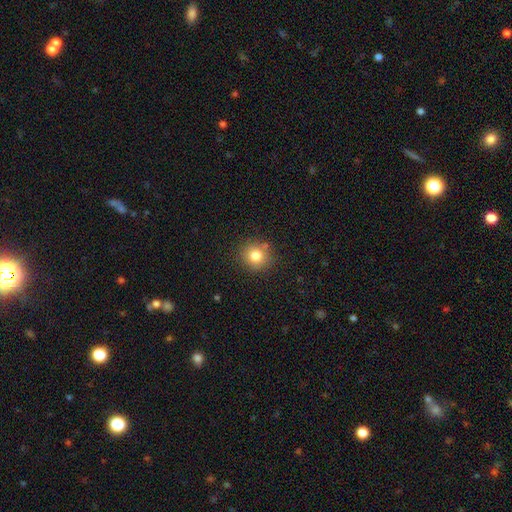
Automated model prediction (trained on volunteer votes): Smooth or featured? smooth (80%)
How rounded? round (87%)
Merging? none (83%)